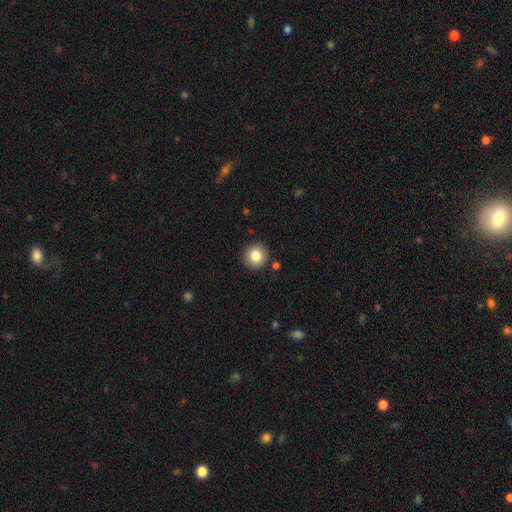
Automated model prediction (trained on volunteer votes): Smooth or featured?
  - smooth: 83% *
  - star or artifact: 10%
  - featured or disk: 8%
How rounded?
  - round: 91% *
  - in between: 8%
  - cigar-shaped: 1%
Merging?
  - none: 90% *
  - minor disturbance: 6%
  - merger: 2%
  - major disturbance: 2%